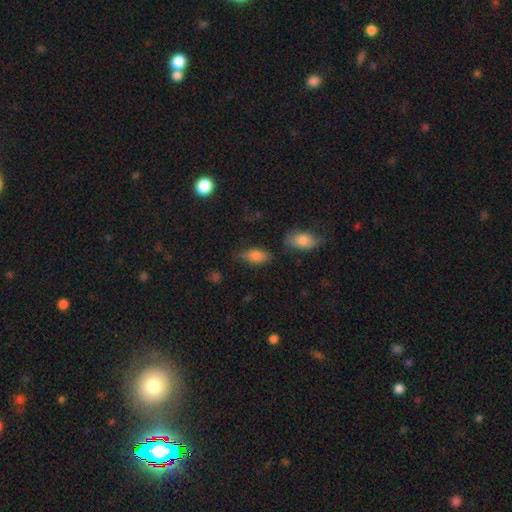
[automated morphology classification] The model was most divided on "merging": none: 64%, minor disturbance: 23%, major disturbance: 7%, merger: 6%. More confident: how rounded — in between (89%); smooth or featured — smooth (82%).